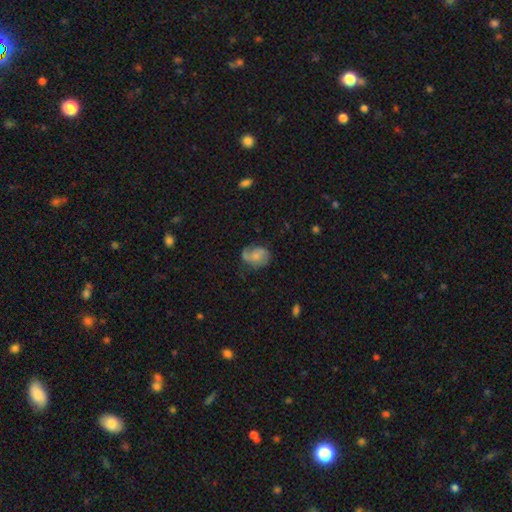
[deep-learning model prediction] smooth-or-featured: featured or disk: 58% | smooth: 34% | star or artifact: 8%
  disk-edge-on: no: 97% | yes: 3%
    bar: no: 58% | weak: 36% | strong: 7%
    has-spiral-arms: yes: 88% | no: 12%
    bulge-size: small: 37% | moderate: 30% | none: 26% | large: 6% | dominant: 2%
  merging: none: 62% | minor disturbance: 24% | major disturbance: 12% | merger: 2%